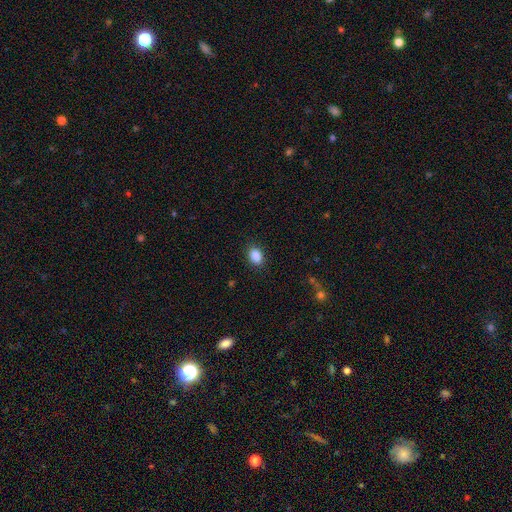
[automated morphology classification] Smooth or featured? Predicted: smooth (p=0.89). How rounded? Predicted: in between (p=0.80). Merging? Predicted: none (p=0.87).